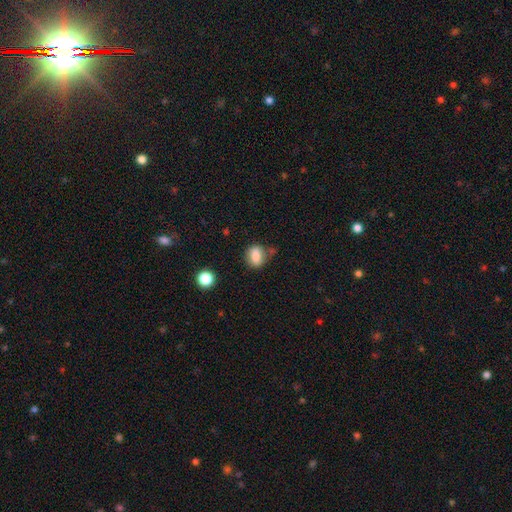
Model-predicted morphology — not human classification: A smooth galaxy with no disk features (81%) that is in between round and cigar-shaped (57%).

Vote fractions:
- Smooth or featured? smooth: 81% / star or artifact: 10% / featured or disk: 9%
- How rounded? in between: 57% / round: 40% / cigar-shaped: 2%
- Merging? none: 63% / minor disturbance: 22% / merger: 9% / major disturbance: 7%